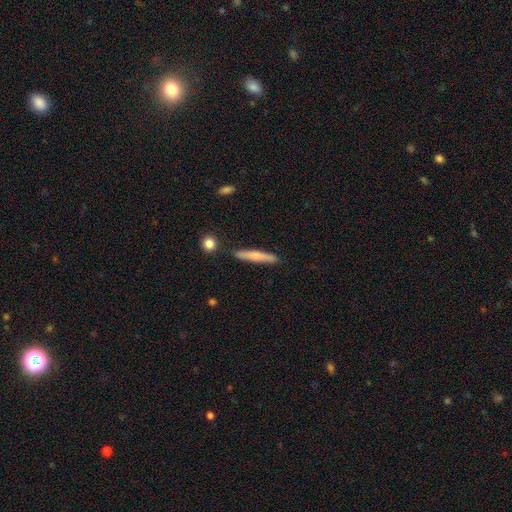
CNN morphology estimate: Smooth or featured?
  - smooth: 69% *
  - featured or disk: 25%
  - star or artifact: 6%
How rounded?
  - cigar-shaped: 93% *
  - in between: 5%
  - round: 2%
Merging?
  - none: 87% *
  - minor disturbance: 9%
  - merger: 2%
  - major disturbance: 2%